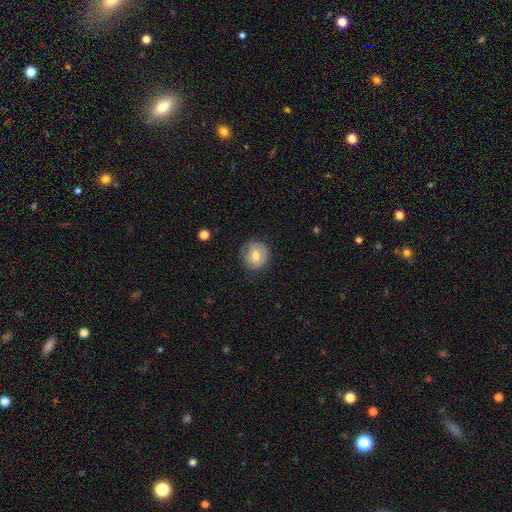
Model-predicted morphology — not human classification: A smooth galaxy with no disk features (65%) that is round (88%). Merging: none (70%).